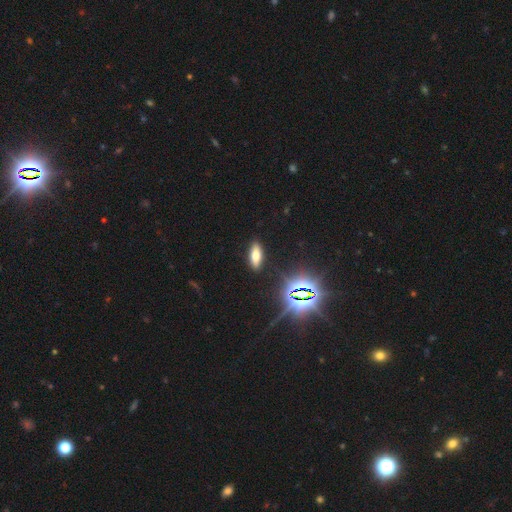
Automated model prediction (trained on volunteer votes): smooth-or-featured: smooth: 62% | star or artifact: 23% | featured or disk: 16%
  how-rounded: in between: 66% | cigar-shaped: 29% | round: 4%
  merging: none: 88% | minor disturbance: 8% | major disturbance: 2% | merger: 1%